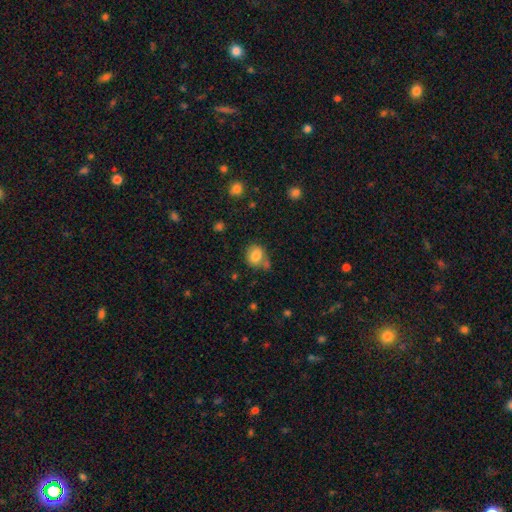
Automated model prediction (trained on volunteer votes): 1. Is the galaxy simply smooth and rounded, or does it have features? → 82% smooth, 10% star or artifact, 8% featured or disk.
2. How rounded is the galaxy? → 63% round, 36% in between, 1% cigar-shaped.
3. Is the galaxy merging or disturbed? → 62% none, 17% minor disturbance, 16% merger, 5% major disturbance.